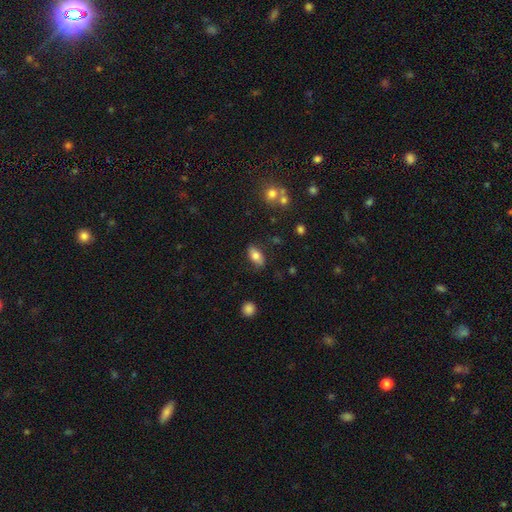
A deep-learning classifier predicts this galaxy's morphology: Smooth or featured? Predicted: smooth (p=0.77). How rounded? Predicted: in between (p=0.90). Merging? Predicted: none (p=0.82).